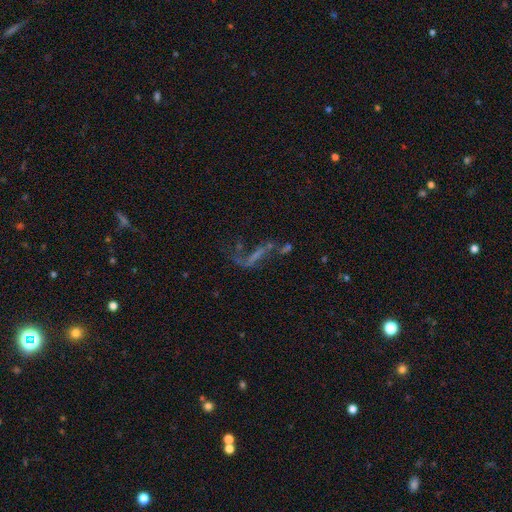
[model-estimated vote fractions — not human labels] featured or disk 53%, star or artifact 25%, smooth 22%. Down the decision tree: edge-on disk — no (83%); merging — major disturbance (34%).